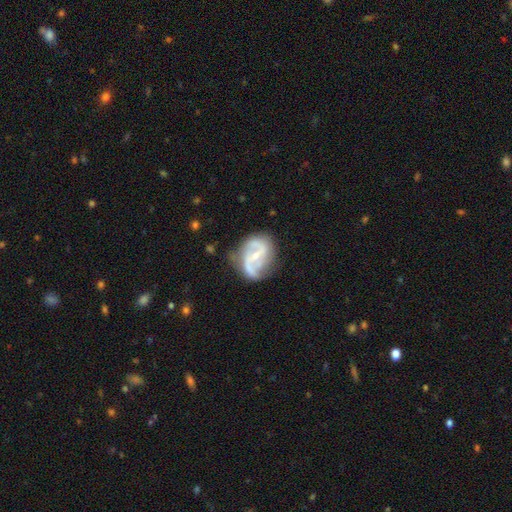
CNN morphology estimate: Smooth or featured?
  - featured or disk: 87% *
  - smooth: 8%
  - star or artifact: 5%
Edge-on disk?
  - no: 98% *
  - yes: 2%
Bar?
  - weak: 44% *
  - no: 30%
  - strong: 26%
Spiral arms?
  - yes: 95% *
  - no: 5%
Spiral winding?
  - medium: 47% *
  - loose: 35%
  - tight: 17%
Spiral arm count?
  - 2: 84% *
  - can't tell: 5%
  - 3: 5%
  - 1: 3%
  - 4: 1%
  - more than 4: 1%
Bulge size?
  - small: 61% *
  - moderate: 35%
  - none: 2%
  - large: 1%
  - dominant: 1%
Merging?
  - none: 64% *
  - minor disturbance: 23%
  - major disturbance: 10%
  - merger: 2%